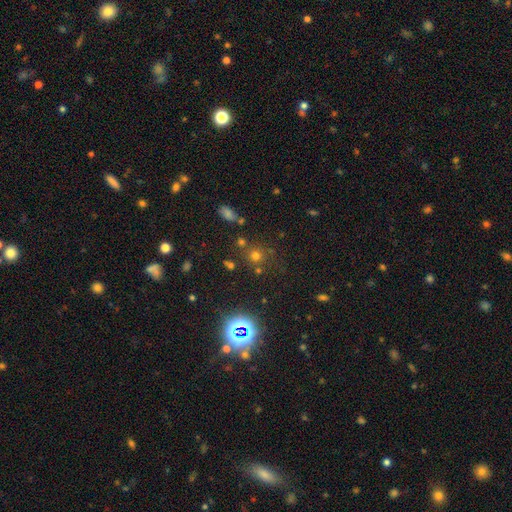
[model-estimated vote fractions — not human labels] Q: Smooth or featured?
A: smooth (55%); runner-up: star or artifact (35%)
Q: How rounded?
A: round (90%); runner-up: in between (9%)
Q: Merging?
A: none (74%); runner-up: minor disturbance (10%)